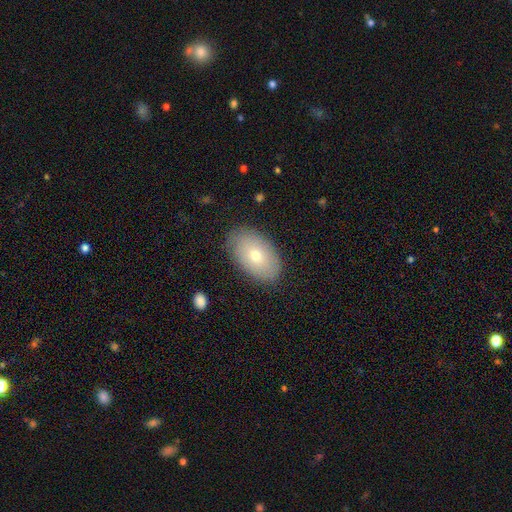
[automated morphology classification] Smooth or featured? smooth (68%)
How rounded? in between (92%)
Merging? none (84%)